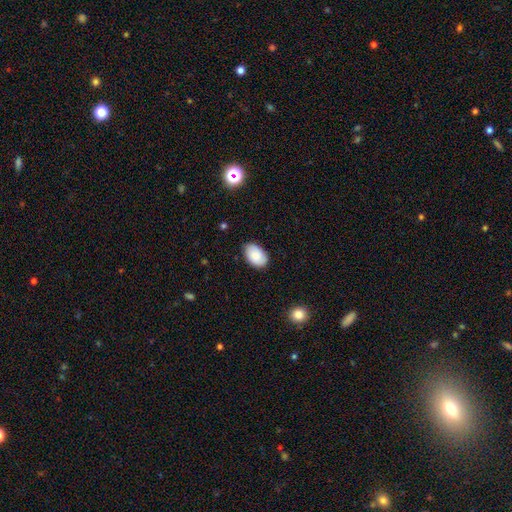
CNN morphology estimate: Smooth or featured? Predicted: smooth (p=0.84). How rounded? Predicted: in between (p=0.91). Merging? Predicted: none (p=0.80).